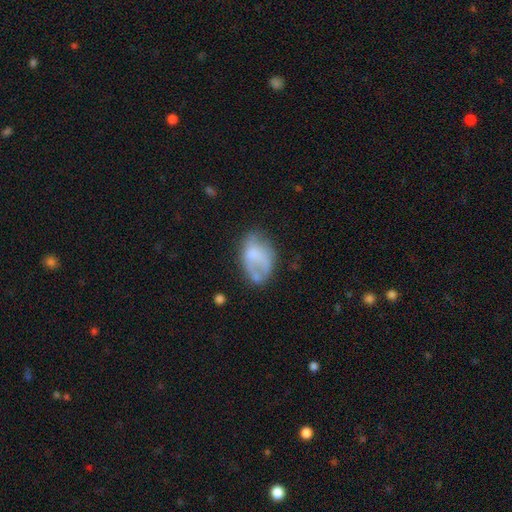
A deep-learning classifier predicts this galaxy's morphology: Q: Smooth or featured?
A: smooth (55%); runner-up: featured or disk (36%)
Q: How rounded?
A: in between (84%); runner-up: round (14%)
Q: Merging?
A: none (37%); runner-up: minor disturbance (29%)